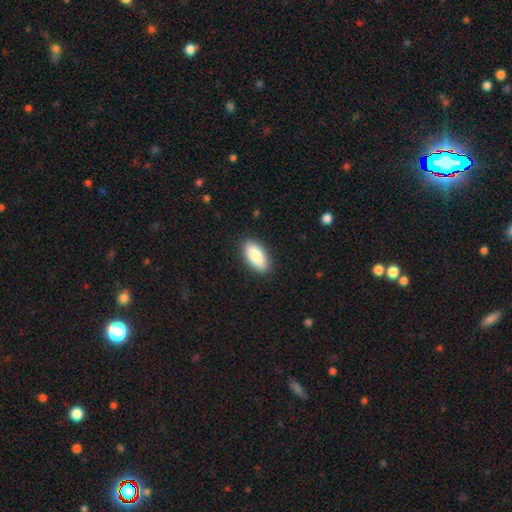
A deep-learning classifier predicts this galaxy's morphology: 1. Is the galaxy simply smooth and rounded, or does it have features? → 86% smooth, 8% featured or disk, 6% star or artifact.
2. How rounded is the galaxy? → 90% in between, 8% cigar-shaped, 2% round.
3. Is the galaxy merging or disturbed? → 88% none, 9% minor disturbance, 2% major disturbance, 1% merger.